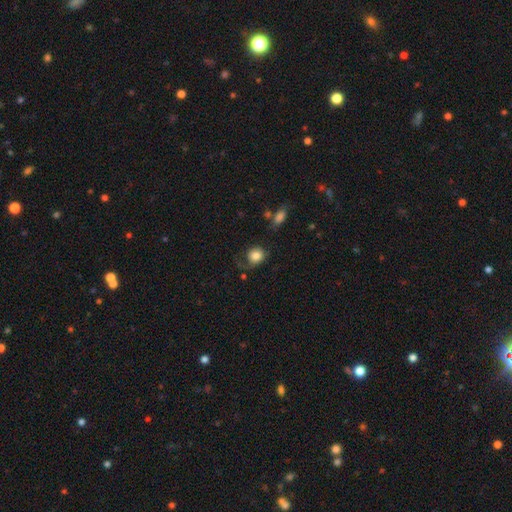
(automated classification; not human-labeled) Smooth or featured?
  - smooth: 77% *
  - featured or disk: 15%
  - star or artifact: 8%
How rounded?
  - round: 74% *
  - in between: 25%
  - cigar-shaped: 1%
Merging?
  - none: 47% *
  - minor disturbance: 25%
  - major disturbance: 24%
  - merger: 4%